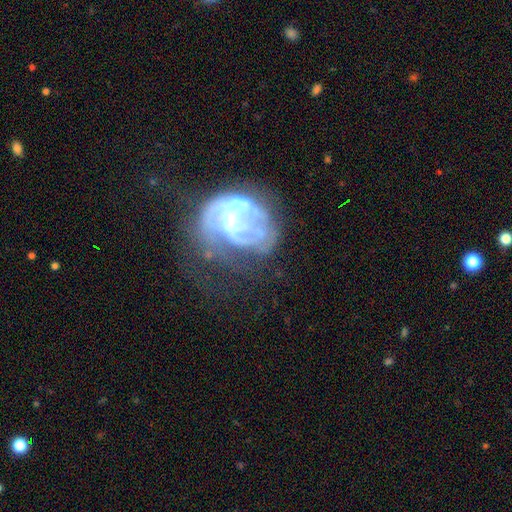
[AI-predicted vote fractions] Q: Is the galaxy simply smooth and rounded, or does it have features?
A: featured or disk — 70%.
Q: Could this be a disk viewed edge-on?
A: no — 98%.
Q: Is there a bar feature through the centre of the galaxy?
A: no — 51%.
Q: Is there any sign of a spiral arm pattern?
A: yes — 56%.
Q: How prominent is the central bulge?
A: moderate — 40%.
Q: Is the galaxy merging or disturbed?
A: major disturbance — 41%.